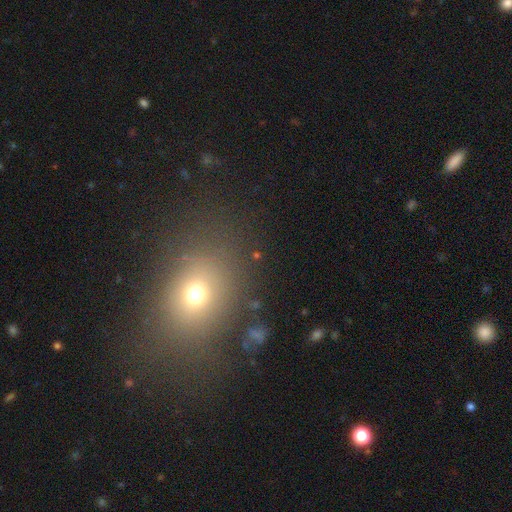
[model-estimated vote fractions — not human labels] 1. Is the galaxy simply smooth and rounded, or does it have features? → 58% smooth, 29% star or artifact, 13% featured or disk.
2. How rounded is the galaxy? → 56% round, 42% in between, 2% cigar-shaped.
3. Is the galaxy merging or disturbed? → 75% none, 11% minor disturbance, 7% major disturbance, 6% merger.